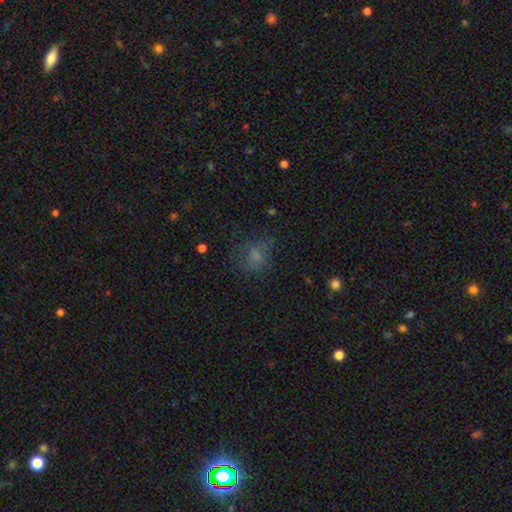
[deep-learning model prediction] smooth 65%, star or artifact 19%, featured or disk 15%. Down the decision tree: how rounded — round (59%); merging — none (62%).